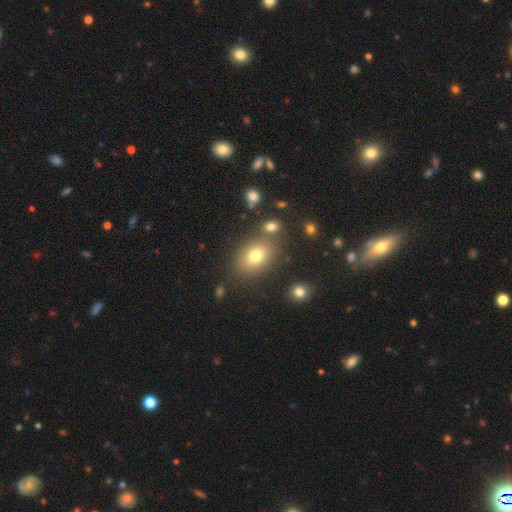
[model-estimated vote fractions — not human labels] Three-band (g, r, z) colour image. It shows a smooth galaxy with no disk features (75%) that is in between round and cigar-shaped (74%). Merging: none (73%).